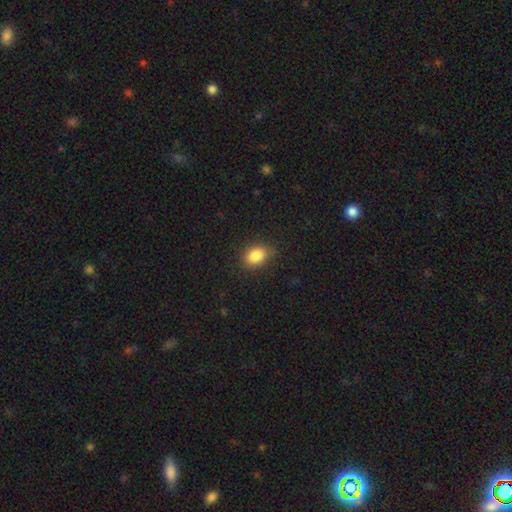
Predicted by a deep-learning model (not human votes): Overall: smooth (86%). How rounded: in between (80%). Merging: none (82%).